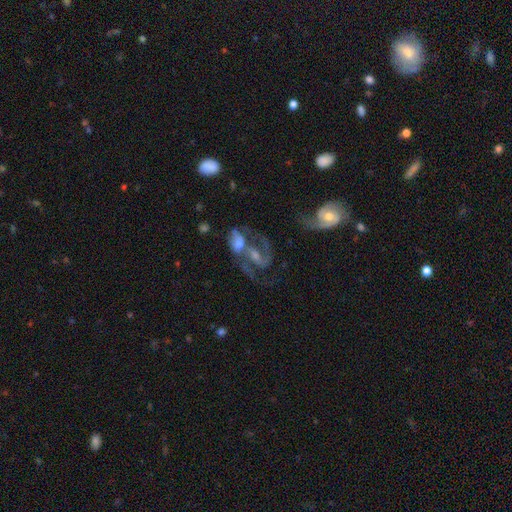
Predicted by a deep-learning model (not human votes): This appears to be a featured or disk galaxy (83%) with a weak bar (43%), 2 (85%) medium (54%) spiral arms (93%) and a moderate central bulge (43%). Merging: merger (49%).